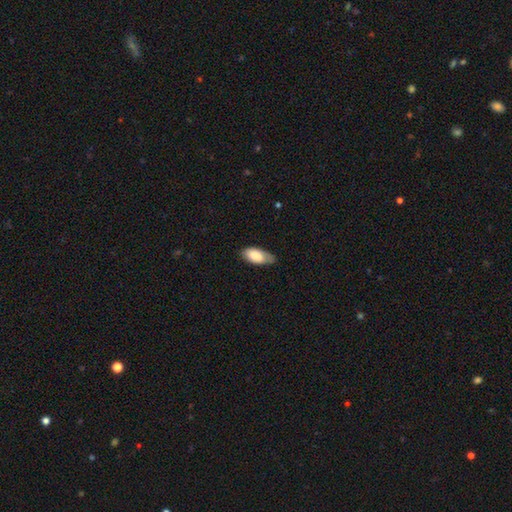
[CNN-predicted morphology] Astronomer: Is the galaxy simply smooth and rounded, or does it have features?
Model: smooth — 81%.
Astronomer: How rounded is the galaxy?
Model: in between — 91%.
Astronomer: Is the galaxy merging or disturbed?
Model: none — 59%.